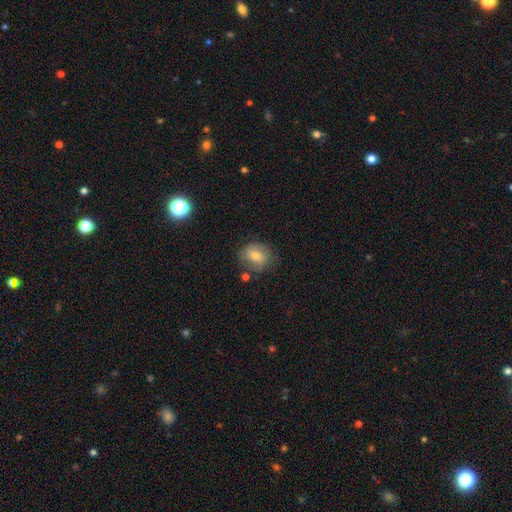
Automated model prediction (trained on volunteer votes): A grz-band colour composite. It shows a smooth galaxy with no disk features (63%) that is round (65%). Merging: none (71%).